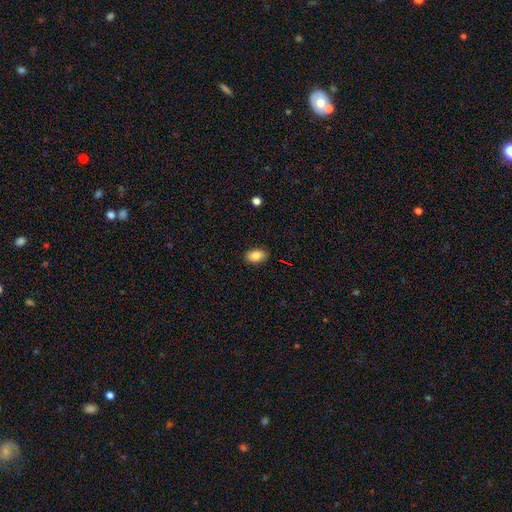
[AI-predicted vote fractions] This appears to be a smooth galaxy with no disk features (85%) that is in between round and cigar-shaped (89%). Merging: none (87%).